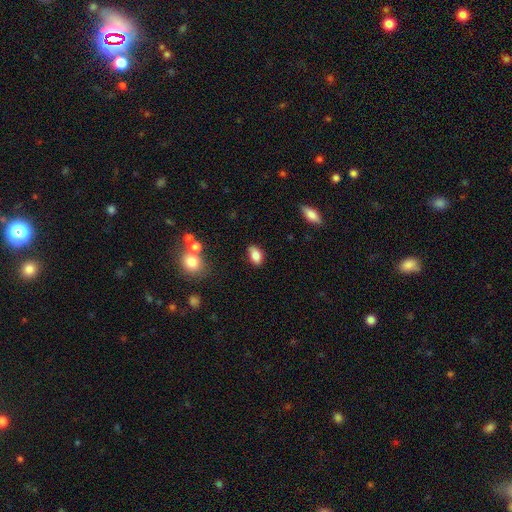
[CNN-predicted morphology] Smooth or featured?
  - smooth: 83% *
  - featured or disk: 9%
  - star or artifact: 9%
How rounded?
  - in between: 89% *
  - round: 9%
  - cigar-shaped: 2%
Merging?
  - none: 77% *
  - minor disturbance: 17%
  - major disturbance: 3%
  - merger: 3%